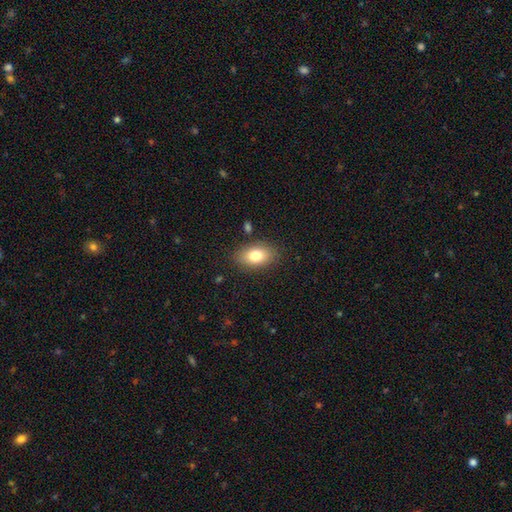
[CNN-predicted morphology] The model was most divided on "smooth or featured": smooth: 79%, featured or disk: 13%, star or artifact: 8%. More confident: how rounded — in between (87%); merging — none (84%).